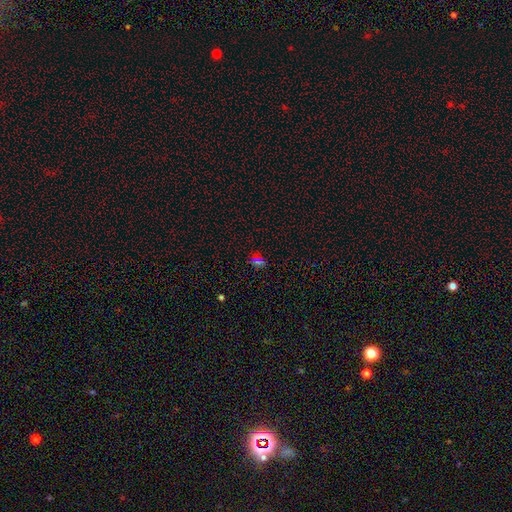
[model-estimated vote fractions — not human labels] Smooth or featured? Predicted: smooth (p=0.52). How rounded? Predicted: in between (p=0.65). Merging? Predicted: none (p=0.80).